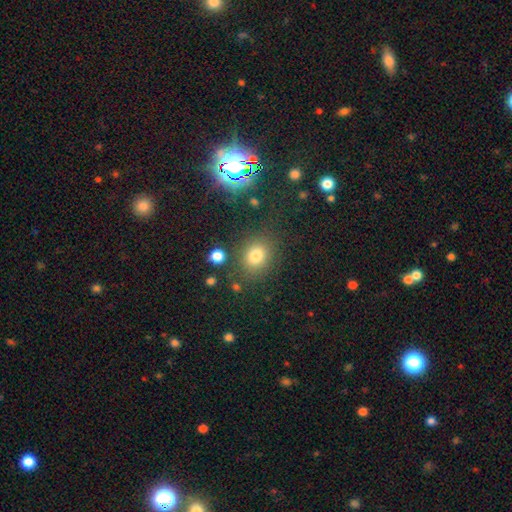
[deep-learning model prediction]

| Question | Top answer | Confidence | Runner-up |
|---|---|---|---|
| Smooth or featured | smooth | 77% | star or artifact (15%) |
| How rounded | round | 60% | in between (39%) |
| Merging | none | 79% | minor disturbance (11%) |